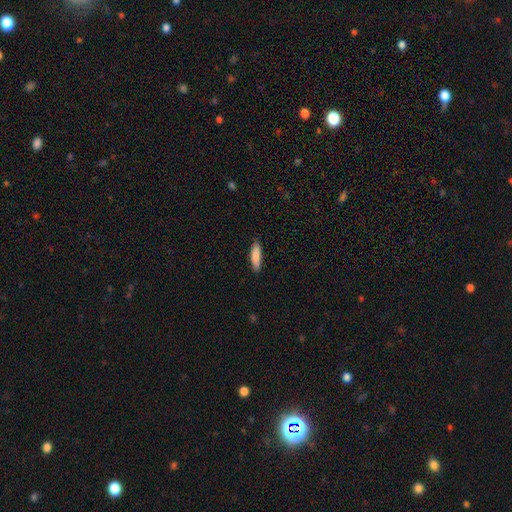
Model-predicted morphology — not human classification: Q: Smooth or featured?
A: smooth (86%); runner-up: featured or disk (8%)
Q: How rounded?
A: cigar-shaped (67%); runner-up: in between (32%)
Q: Merging?
A: none (86%); runner-up: minor disturbance (11%)